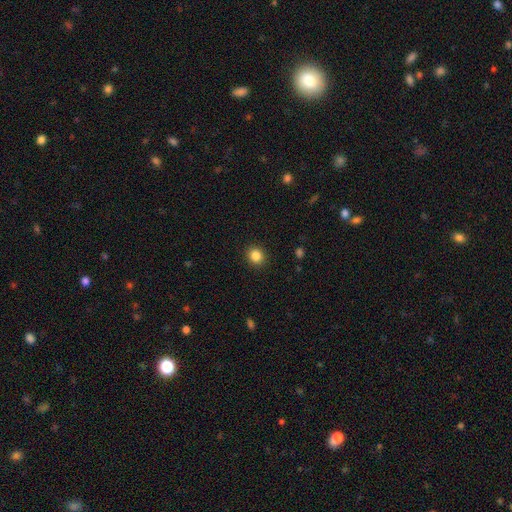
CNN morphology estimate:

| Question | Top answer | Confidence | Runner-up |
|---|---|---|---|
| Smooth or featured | smooth | 86% | star or artifact (10%) |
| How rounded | round | 79% | in between (20%) |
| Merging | none | 91% | minor disturbance (6%) |